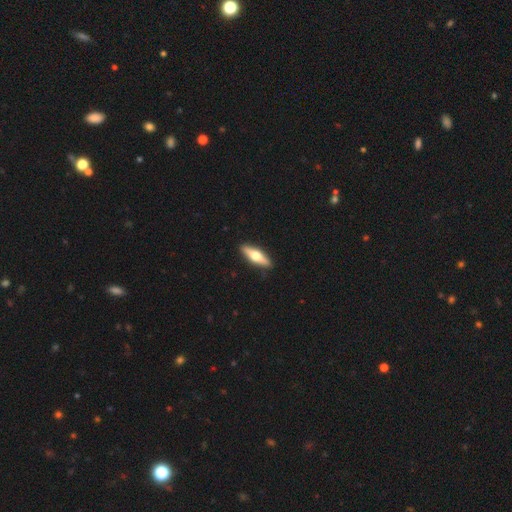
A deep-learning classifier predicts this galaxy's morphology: Smooth or featured: featured or disk — 52% (smooth — 43%)
Edge-on disk: yes — 92% (no — 8%)
Merging: none — 90% (minor disturbance — 7%)